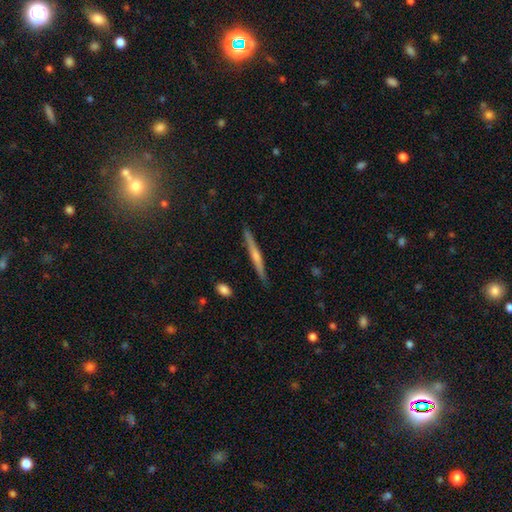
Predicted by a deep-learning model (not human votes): This is likely a featured or disk galaxy (68%). It is clearly viewed edge-on (96%). Edge-on bulge: likely rounded (71%). Merging: clearly none (89%).